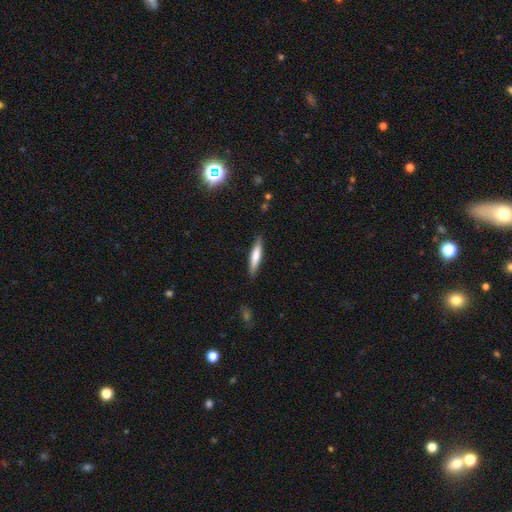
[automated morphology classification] smooth-or-featured: smooth: 66% | featured or disk: 29% | star or artifact: 5%
  how-rounded: cigar-shaped: 85% | in between: 14% | round: 1%
  merging: none: 86% | minor disturbance: 10% | major disturbance: 2% | merger: 1%